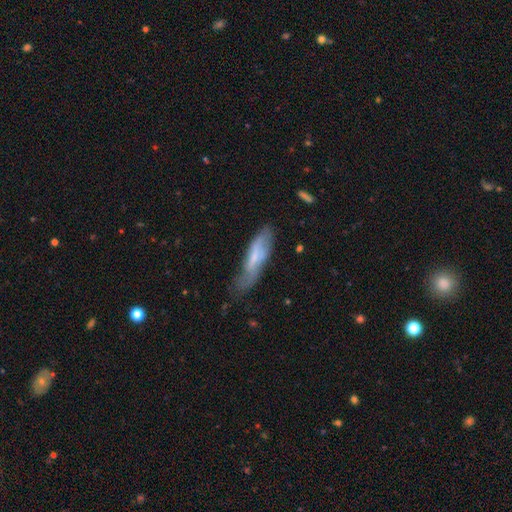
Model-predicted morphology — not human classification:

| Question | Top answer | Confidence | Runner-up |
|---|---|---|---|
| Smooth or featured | smooth | 52% | featured or disk (41%) |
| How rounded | cigar-shaped | 66% | in between (32%) |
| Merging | none | 49% | minor disturbance (32%) |